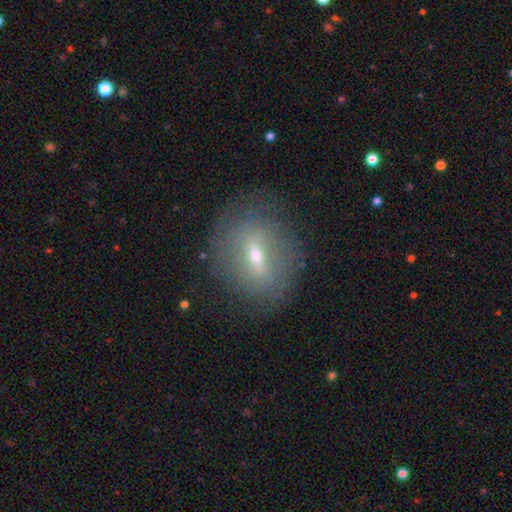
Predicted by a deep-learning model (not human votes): This appears to be a featured or disk galaxy (63%). Merging: none (77%).